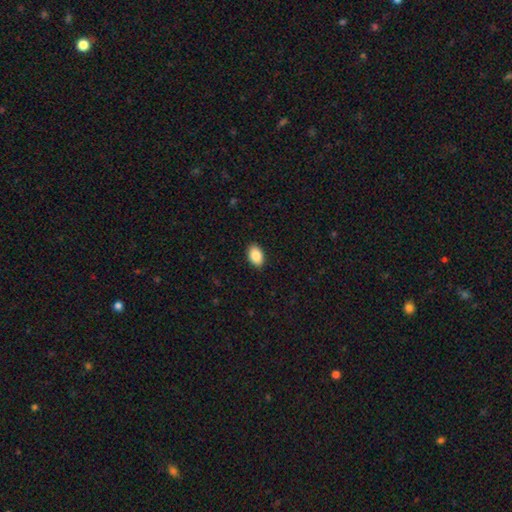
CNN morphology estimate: type=smooth (88%); roundness=in between (90%); merging=none (90%).